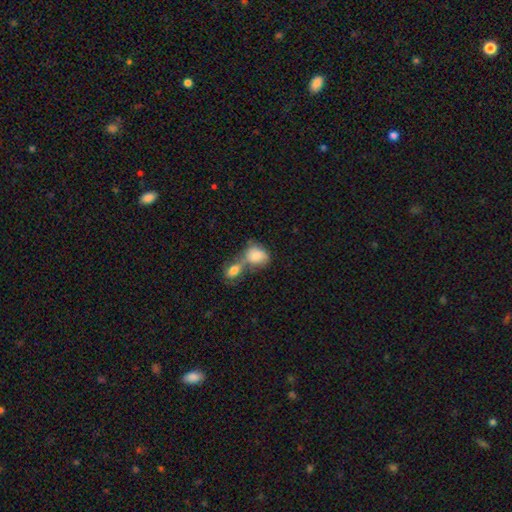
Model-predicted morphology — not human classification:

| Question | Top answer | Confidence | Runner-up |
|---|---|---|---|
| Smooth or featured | smooth | 81% | featured or disk (12%) |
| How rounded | in between | 72% | round (26%) |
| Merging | merger | 68% | none (17%) |